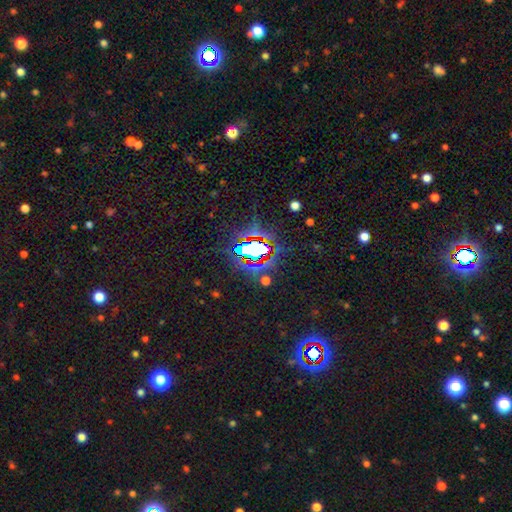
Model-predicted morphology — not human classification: smooth_or_featured: star or artifact (p=0.73) [alt: smooth p=0.16]